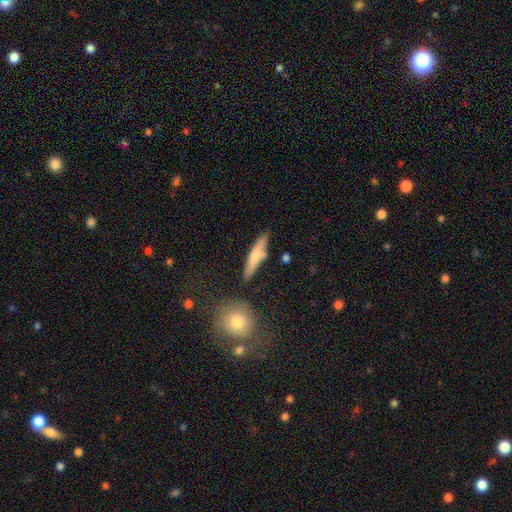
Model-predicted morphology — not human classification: smooth-or-featured: smooth: 62% | featured or disk: 32% | star or artifact: 6%
  how-rounded: cigar-shaped: 81% | in between: 17% | round: 2%
  merging: none: 74% | minor disturbance: 15% | merger: 8% | major disturbance: 4%